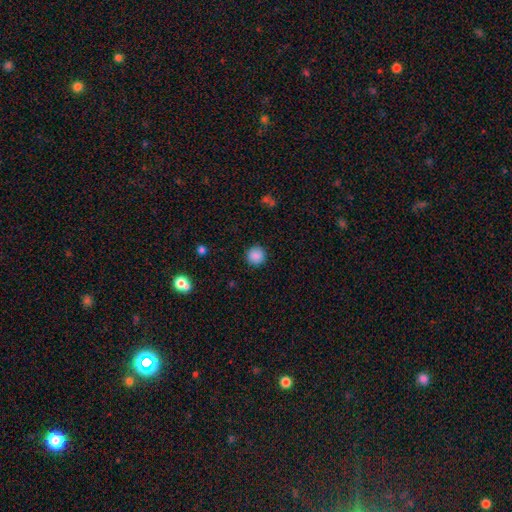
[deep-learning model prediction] Smooth or featured?
  - smooth: 88% *
  - star or artifact: 9%
  - featured or disk: 3%
How rounded?
  - round: 94% *
  - in between: 5%
  - cigar-shaped: 1%
Merging?
  - none: 90% *
  - minor disturbance: 6%
  - major disturbance: 2%
  - merger: 1%